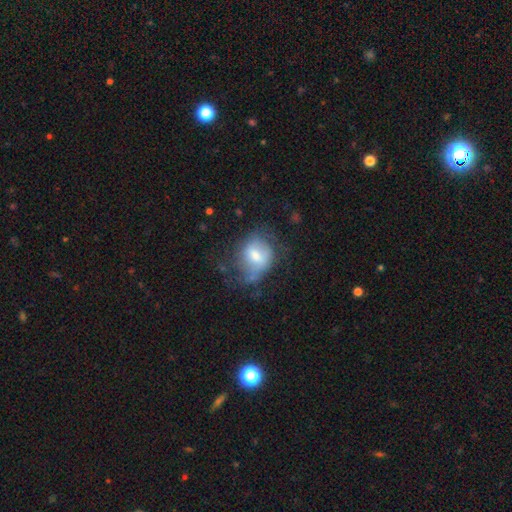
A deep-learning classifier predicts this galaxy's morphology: type=smooth (53%); roundness=round (53%); merging=none (45%).